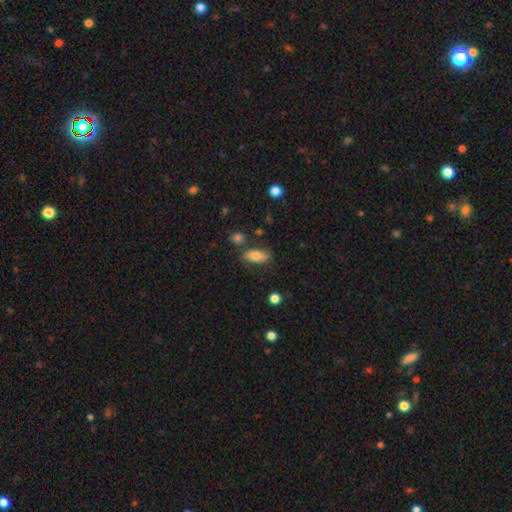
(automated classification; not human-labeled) This is likely a smooth galaxy (75%). How rounded: likely in between (79%). Merging: likely none (72%).